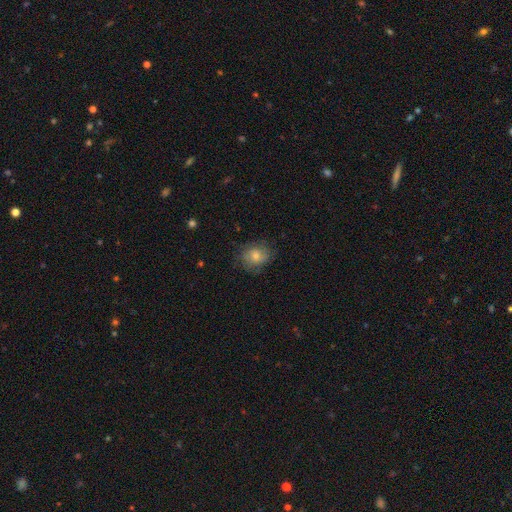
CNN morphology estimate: Overall: smooth (52%; featured or disk 33%). How rounded: round (66%; in between 33%). Merging: none (75%).